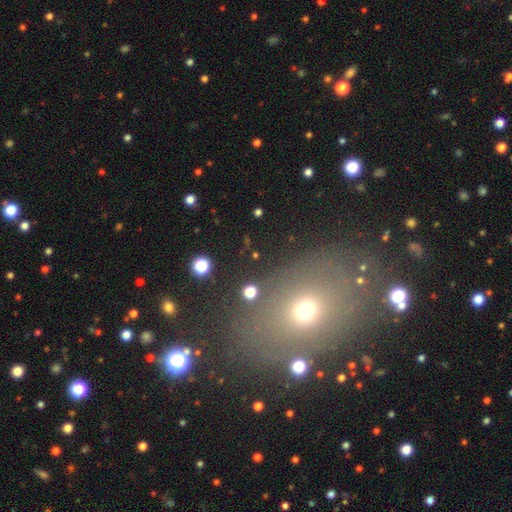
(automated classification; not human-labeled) The model was most divided on "smooth or featured": smooth: 49%, star or artifact: 36%, featured or disk: 15%. More confident: merging — none (83%).